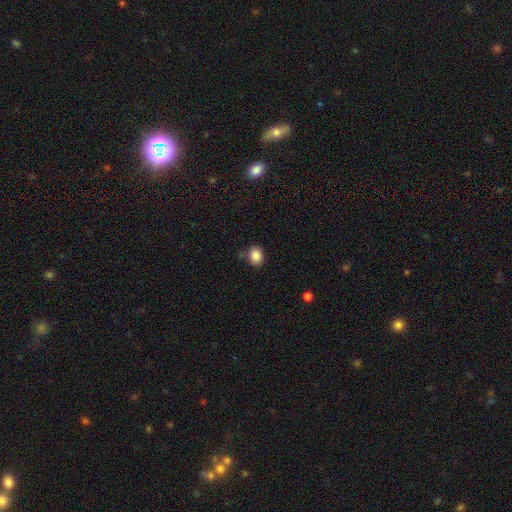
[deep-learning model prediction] Smooth or featured?
  - smooth: 86% *
  - star or artifact: 10%
  - featured or disk: 4%
How rounded?
  - round: 59% *
  - in between: 40%
  - cigar-shaped: 1%
Merging?
  - none: 75% *
  - minor disturbance: 17%
  - major disturbance: 4%
  - merger: 4%